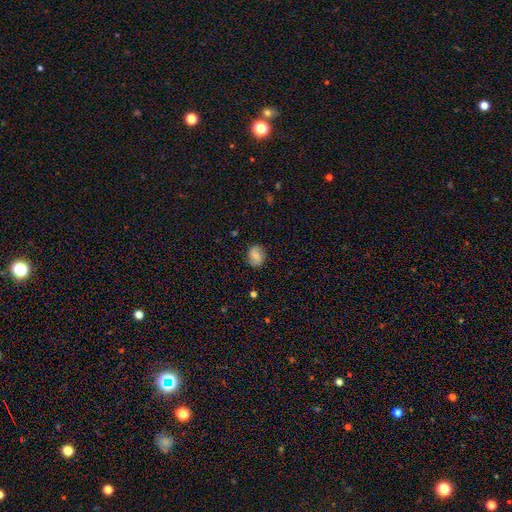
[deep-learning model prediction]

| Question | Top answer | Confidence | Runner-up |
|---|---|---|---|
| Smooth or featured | smooth | 69% | featured or disk (22%) |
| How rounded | round | 59% | in between (40%) |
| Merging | none | 81% | minor disturbance (14%) |